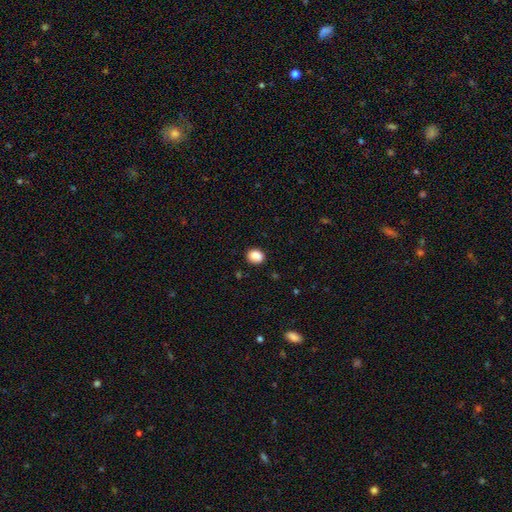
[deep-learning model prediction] A smooth galaxy with no disk features (88%) that is round (55%).

Vote fractions:
- Smooth or featured? smooth: 88% / star or artifact: 9% / featured or disk: 4%
- How rounded? round: 55% / in between: 44% / cigar-shaped: 1%
- Merging? none: 87% / minor disturbance: 9% / major disturbance: 2% / merger: 1%